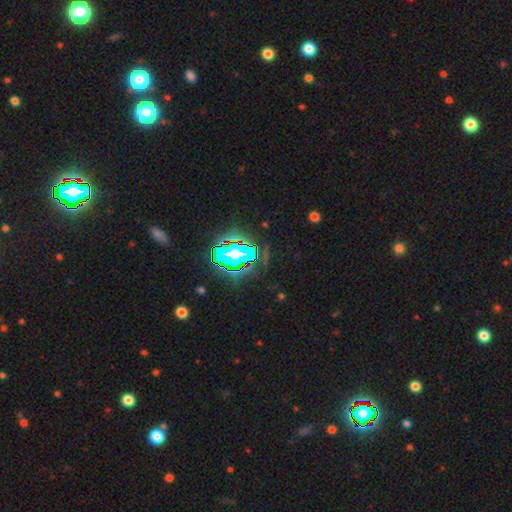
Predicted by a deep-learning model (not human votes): A star or artifact, not a galaxy (77%).

Vote fractions:
- Smooth or featured? star or artifact: 77% / smooth: 13% / featured or disk: 10%